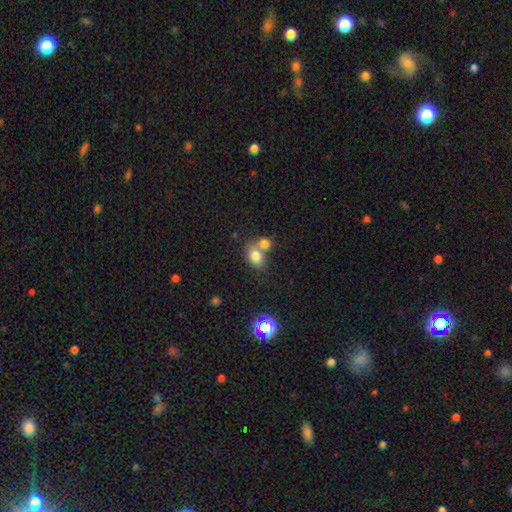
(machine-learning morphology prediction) Overall: smooth (77%). How rounded: in between (64%; round 35%). Merging: merger (50%; none 37%).